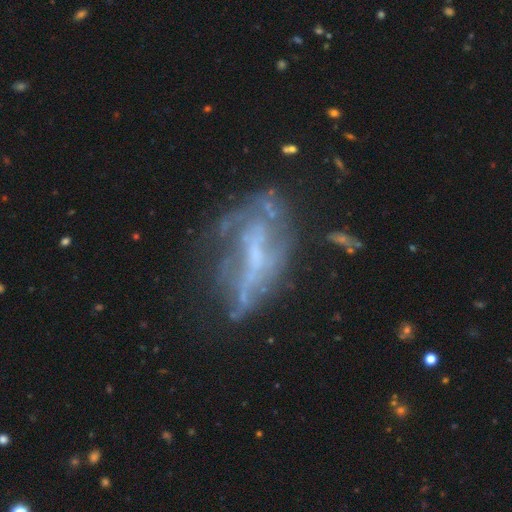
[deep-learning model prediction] Morphology: type=featured or disk (71%); edge-on=no (87%); bar=no (48%); spiral arms=no (57%); bulge=none (42%); merging=none (44%).